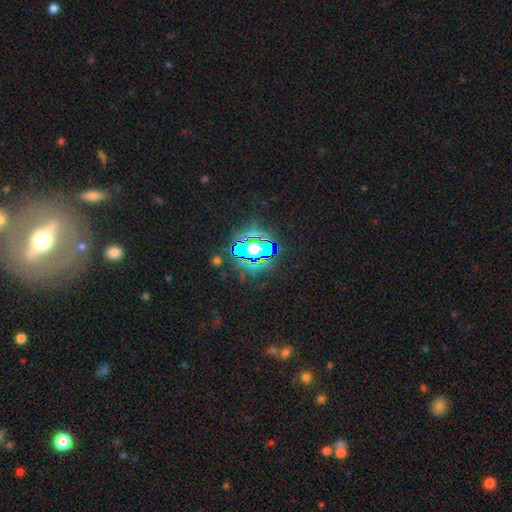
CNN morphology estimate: This is likely a star or artifact rather than a galaxy (77%).